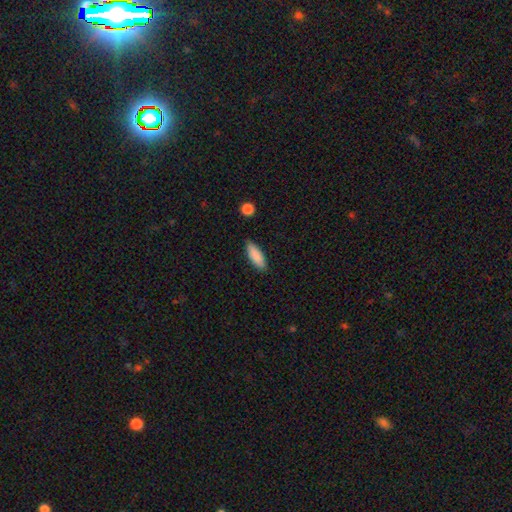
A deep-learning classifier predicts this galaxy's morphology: The model was most divided on "how rounded": in between: 63%, cigar-shaped: 36%, round: 2%. More confident: smooth or featured — smooth (88%); merging — none (86%).